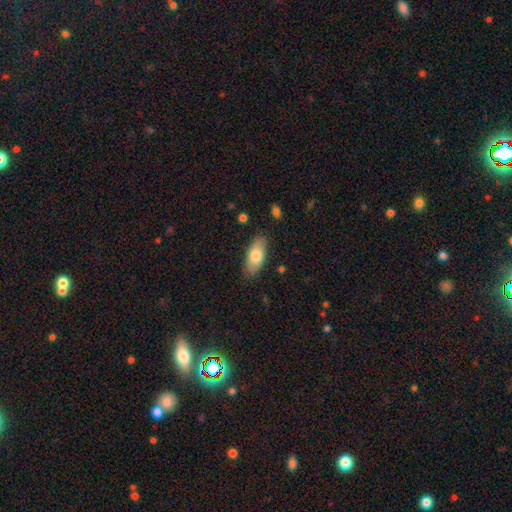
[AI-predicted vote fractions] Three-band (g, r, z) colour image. It shows a smooth galaxy with no disk features (76%) that is in between round and cigar-shaped (87%). Merging: none (85%).